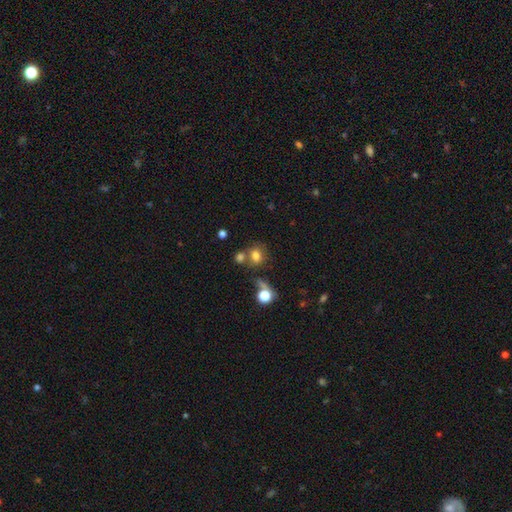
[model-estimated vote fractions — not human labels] Overall: smooth (75%). How rounded: round (57%; in between 42%). Merging: none (52%; merger 27%).